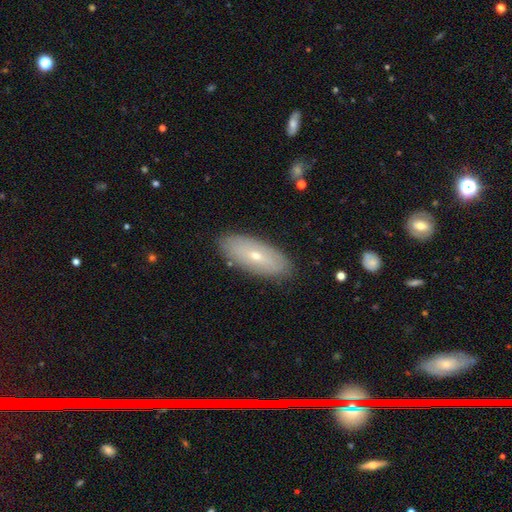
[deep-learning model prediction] Morphology: type=smooth (49%); merging=none (86%).